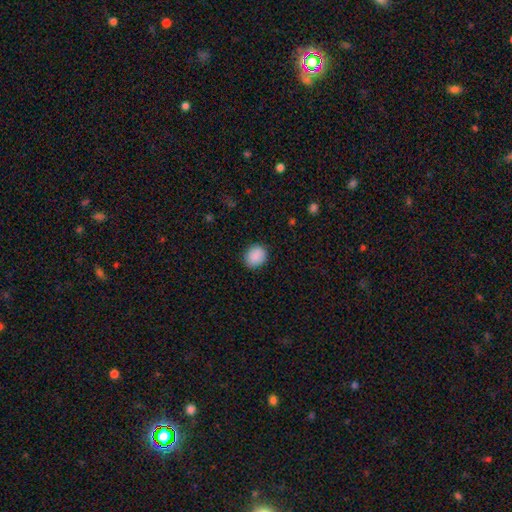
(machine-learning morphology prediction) Smooth or featured? smooth (89%)
How rounded? round (65%)
Merging? none (87%)